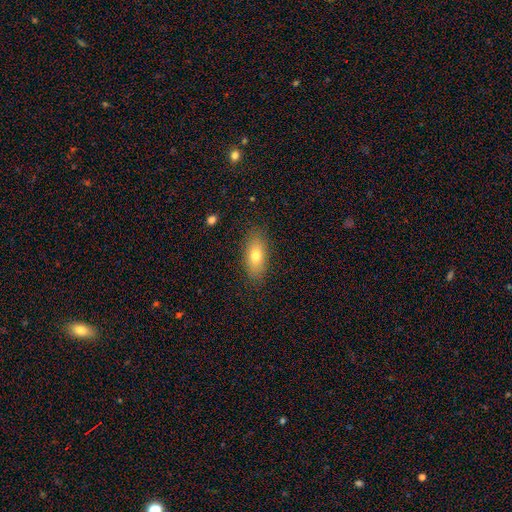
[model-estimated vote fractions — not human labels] Smooth or featured? smooth (73%)
How rounded? in between (82%)
Merging? none (85%)